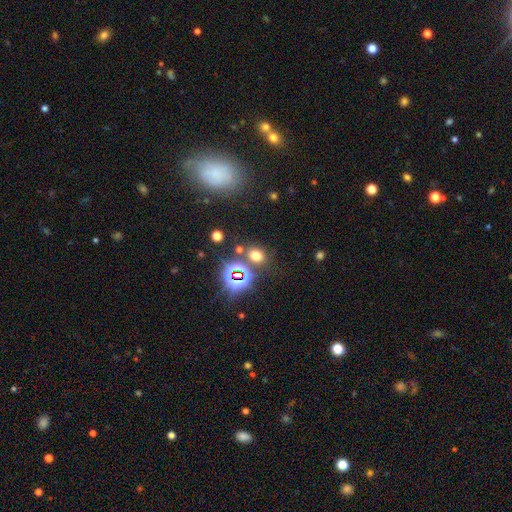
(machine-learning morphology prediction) Smooth or featured?
  - smooth: 59% *
  - star or artifact: 34%
  - featured or disk: 7%
How rounded?
  - in between: 51% *
  - round: 47%
  - cigar-shaped: 2%
Merging?
  - none: 77% *
  - minor disturbance: 10%
  - merger: 9%
  - major disturbance: 4%